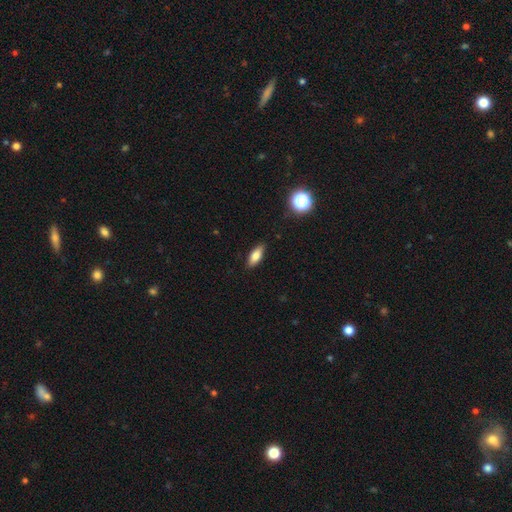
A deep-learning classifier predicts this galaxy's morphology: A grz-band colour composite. It shows a smooth galaxy with no disk features (78%) that is in between round and cigar-shaped (76%). Merging: none (87%).